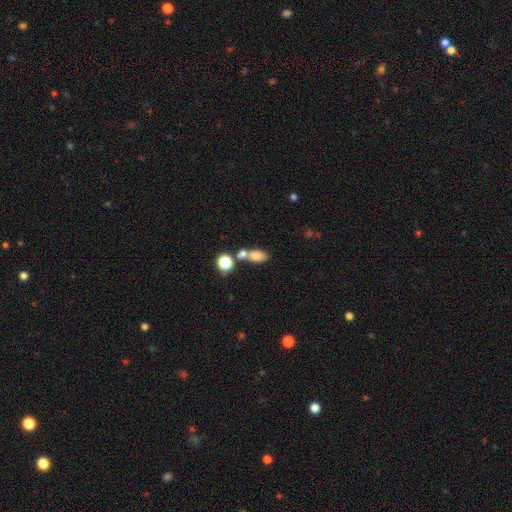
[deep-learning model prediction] Q: Smooth or featured?
A: smooth (77%); runner-up: star or artifact (13%)
Q: How rounded?
A: in between (79%); runner-up: round (14%)
Q: Merging?
A: none (48%); runner-up: merger (34%)